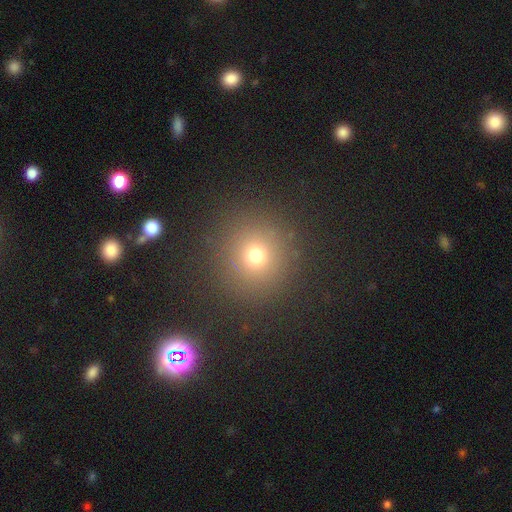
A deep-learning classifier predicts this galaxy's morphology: type=smooth (70%); roundness=round (92%); merging=none (88%).